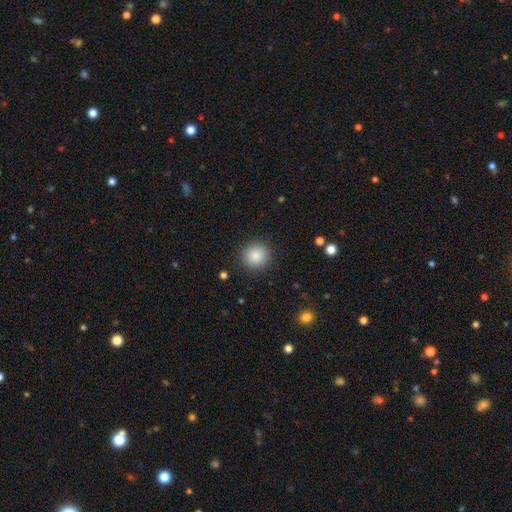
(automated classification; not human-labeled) Smooth or featured? Predicted: smooth (p=0.87). How rounded? Predicted: round (p=0.93). Merging? Predicted: none (p=0.91).